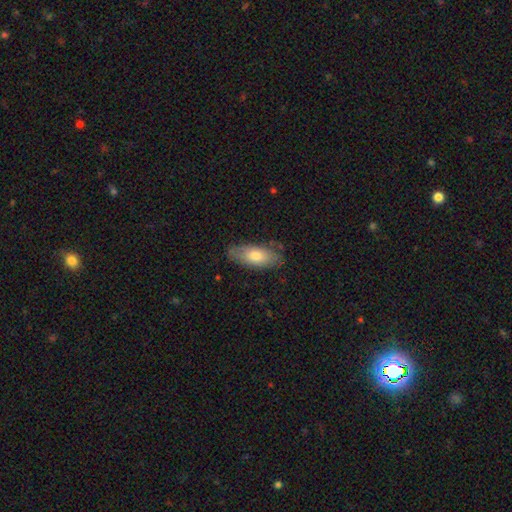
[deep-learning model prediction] This appears to be a smooth galaxy with no disk features (72%) that is in between round and cigar-shaped (82%). Merging: none (79%).